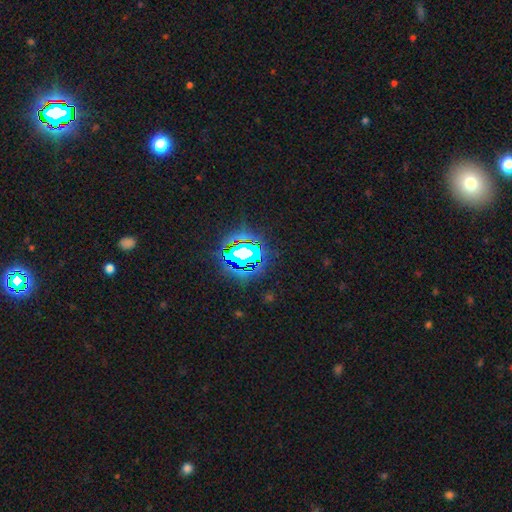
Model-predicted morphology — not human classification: Smooth or featured: star or artifact — 83% (smooth — 10%)